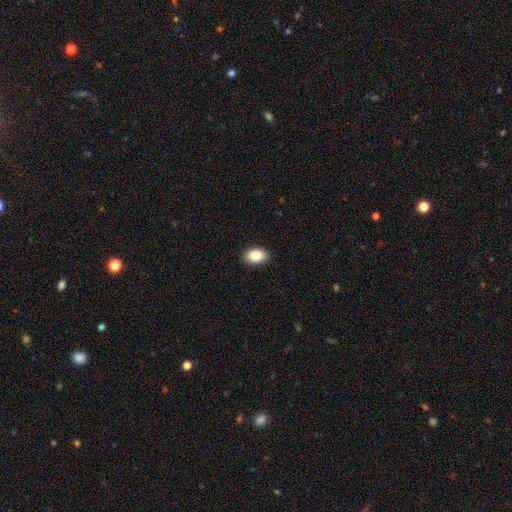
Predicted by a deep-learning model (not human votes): A smooth galaxy with no disk features (86%) that is in between round and cigar-shaped (82%).

Vote fractions:
- Smooth or featured? smooth: 86% / star or artifact: 8% / featured or disk: 6%
- How rounded? in between: 82% / round: 17% / cigar-shaped: 1%
- Merging? none: 90% / minor disturbance: 7% / major disturbance: 2% / merger: 1%